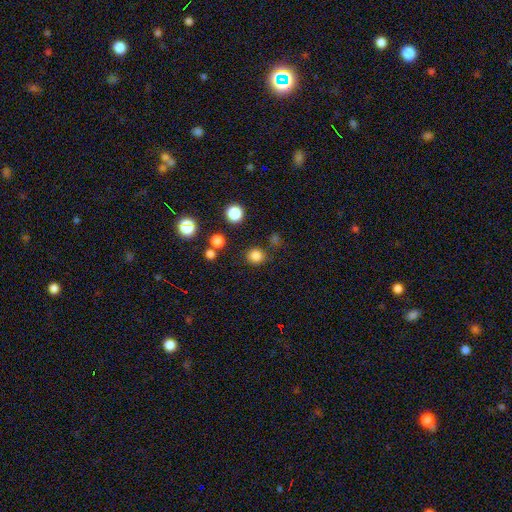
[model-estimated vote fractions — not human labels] A smooth galaxy with no disk features (81%) that is round (91%). Merging: none (85%).